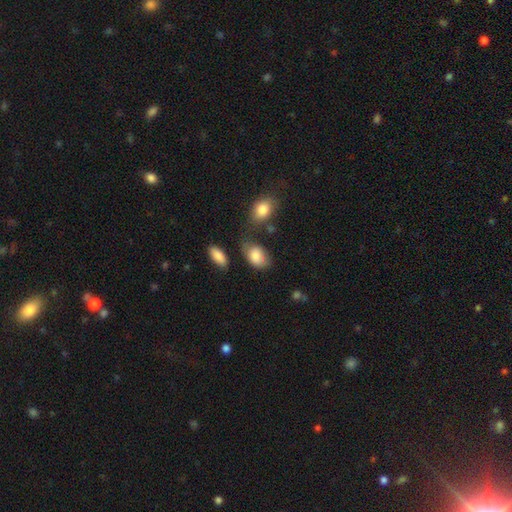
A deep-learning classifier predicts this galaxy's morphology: Overall: smooth (81%). How rounded: in between (88%). Merging: none (48%; minor disturbance 29%).